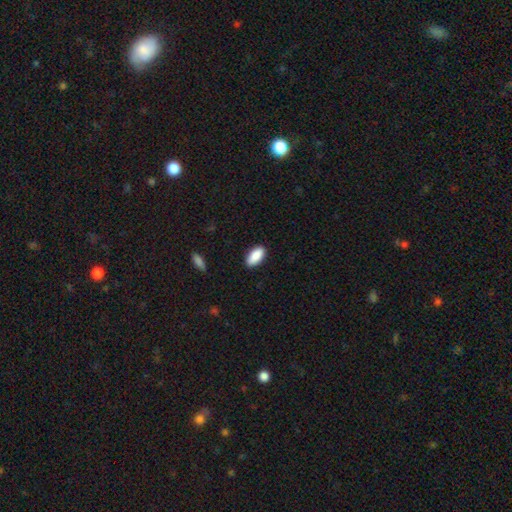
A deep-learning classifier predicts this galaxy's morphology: A smooth galaxy with no disk features (89%) that is in between round and cigar-shaped (91%). Merging: none (87%).